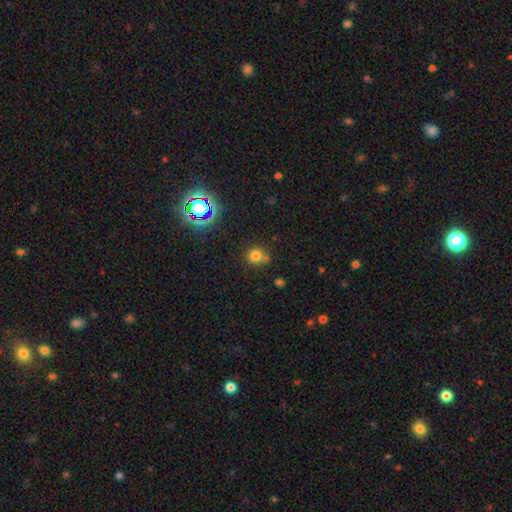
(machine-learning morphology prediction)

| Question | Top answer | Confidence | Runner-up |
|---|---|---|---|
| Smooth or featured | smooth | 74% | star or artifact (19%) |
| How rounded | round | 85% | in between (14%) |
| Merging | none | 62% | merger (18%) |